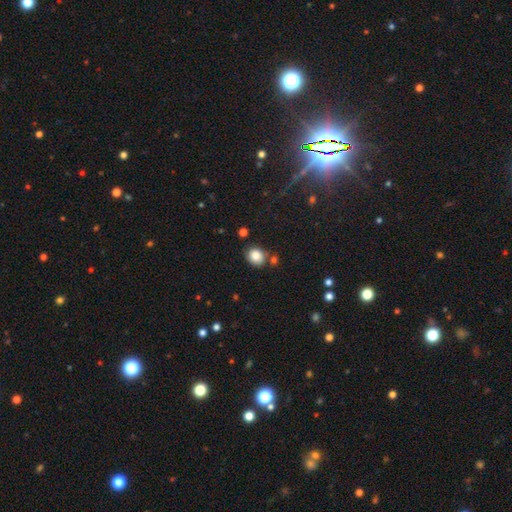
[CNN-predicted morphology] Smooth or featured?
  - smooth: 84% *
  - star or artifact: 10%
  - featured or disk: 7%
How rounded?
  - round: 66% *
  - in between: 33%
  - cigar-shaped: 1%
Merging?
  - none: 75% *
  - minor disturbance: 12%
  - merger: 10%
  - major disturbance: 3%